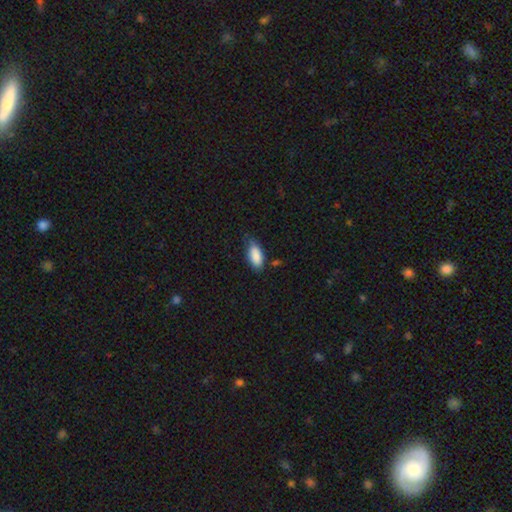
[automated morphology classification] Smooth or featured?
  - smooth: 88% *
  - star or artifact: 7%
  - featured or disk: 6%
How rounded?
  - in between: 88% *
  - cigar-shaped: 10%
  - round: 2%
Merging?
  - none: 67% *
  - minor disturbance: 26%
  - major disturbance: 4%
  - merger: 3%